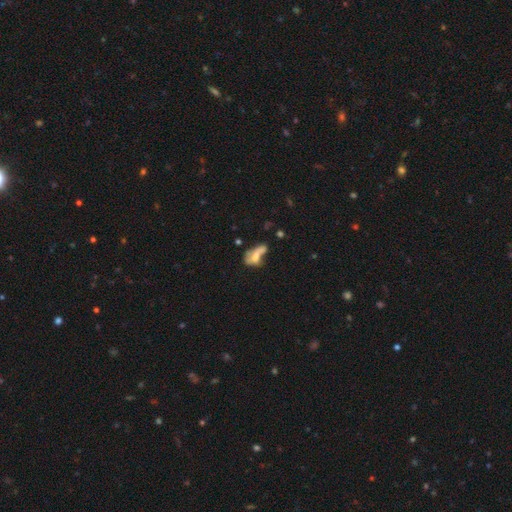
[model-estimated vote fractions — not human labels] Smooth or featured?
  - smooth: 47% *
  - featured or disk: 40%
  - star or artifact: 12%
Merging?
  - merger: 35% *
  - major disturbance: 28%
  - none: 21%
  - minor disturbance: 16%